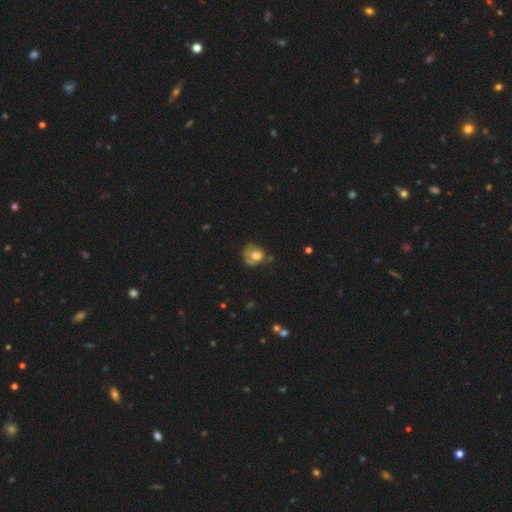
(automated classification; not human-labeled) smooth-or-featured: smooth: 65% | featured or disk: 26% | star or artifact: 9%
  how-rounded: round: 70% | in between: 29% | cigar-shaped: 1%
  merging: none: 41% | minor disturbance: 31% | major disturbance: 22% | merger: 5%